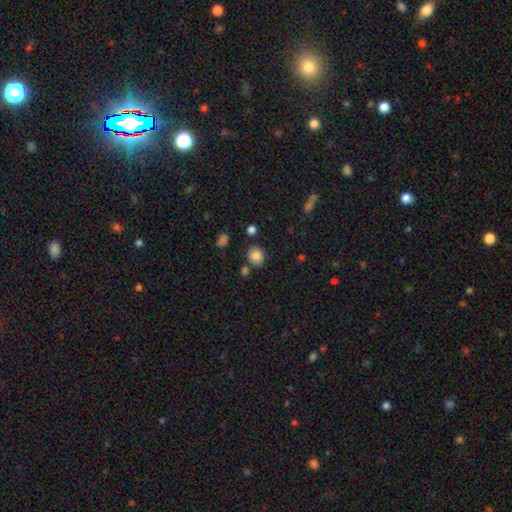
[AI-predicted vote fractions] Overall: smooth (84%). How rounded: round (69%; in between 30%). Merging: none (78%).